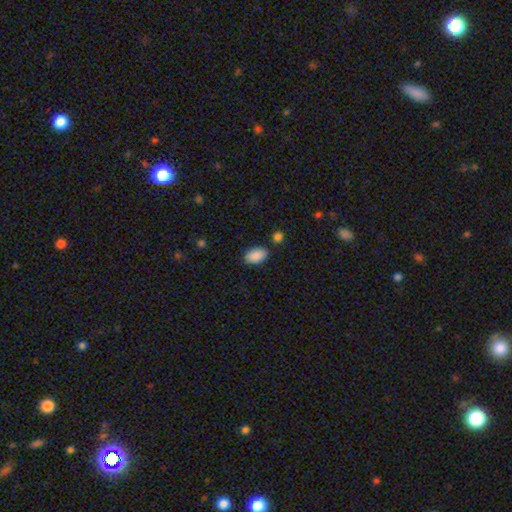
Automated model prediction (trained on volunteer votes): A smooth galaxy with no disk features (90%) that is in between round and cigar-shaped (93%). Merging: none (81%).